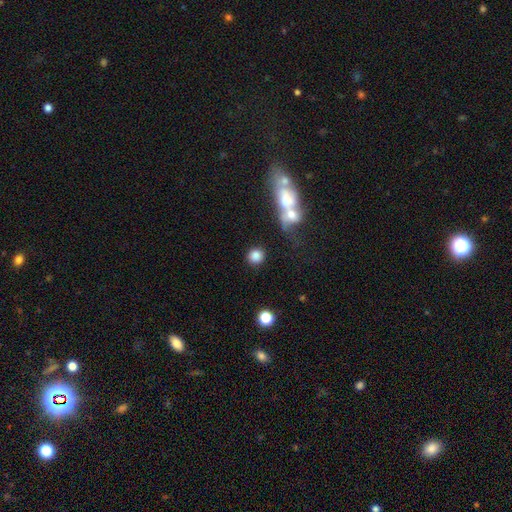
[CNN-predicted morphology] Smooth or featured? Predicted: smooth (p=0.82). How rounded? Predicted: round (p=0.86). Merging? Predicted: none (p=0.68).